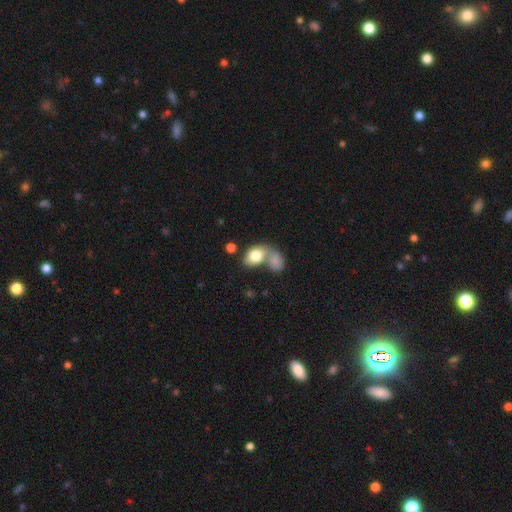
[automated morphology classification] Smooth or featured: smooth — 79% (featured or disk — 14%)
How rounded: in between — 76% (round — 23%)
Merging: merger — 61% (none — 22%)